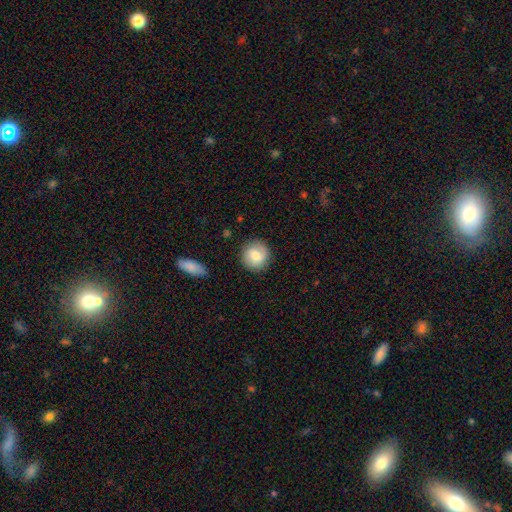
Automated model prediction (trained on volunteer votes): The model was most divided on "smooth or featured": smooth: 72%, featured or disk: 21%, star or artifact: 7%. More confident: how rounded — round (90%); merging — none (86%).